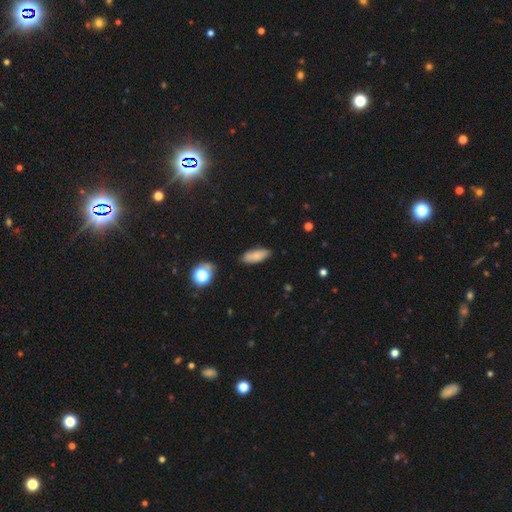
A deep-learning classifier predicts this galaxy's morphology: type=smooth (82%); roundness=in between (75%); merging=none (83%).